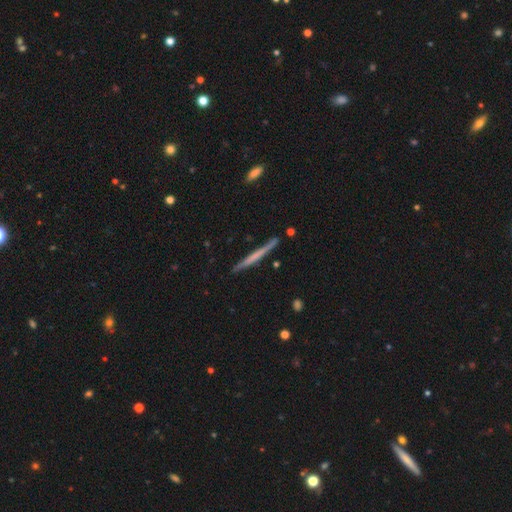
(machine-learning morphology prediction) featured or disk 51%, smooth 44%, star or artifact 6%. Down the decision tree: edge-on disk — yes (97%); merging — none (87%).